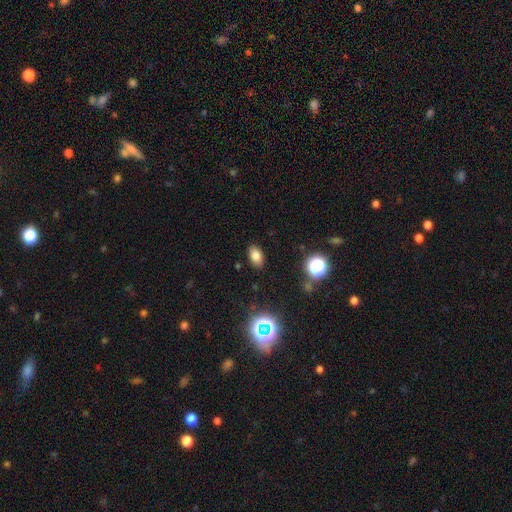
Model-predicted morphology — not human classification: smooth-or-featured: smooth: 78% | star or artifact: 14% | featured or disk: 8%
  how-rounded: in between: 89% | round: 9% | cigar-shaped: 2%
  merging: none: 87% | minor disturbance: 9% | major disturbance: 3% | merger: 1%